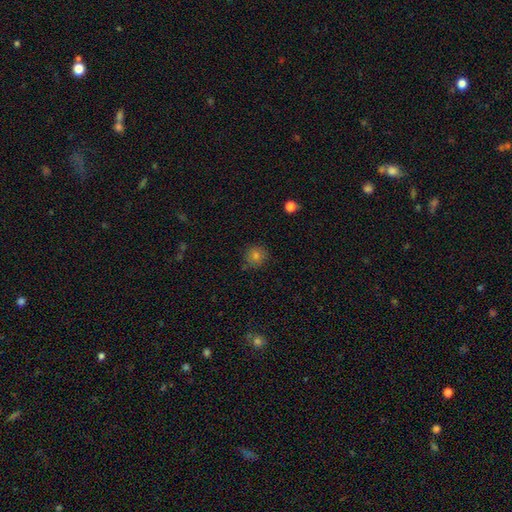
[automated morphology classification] A smooth galaxy with no disk features (75%) that is round (93%). Merging: none (87%).